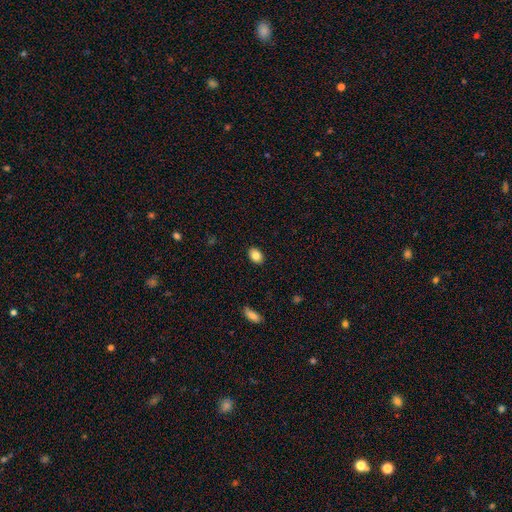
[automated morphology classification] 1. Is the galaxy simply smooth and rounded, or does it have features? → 84% smooth, 8% star or artifact, 8% featured or disk.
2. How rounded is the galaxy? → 77% in between, 22% round, 1% cigar-shaped.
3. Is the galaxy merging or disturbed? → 89% none, 8% minor disturbance, 2% major disturbance, 1% merger.